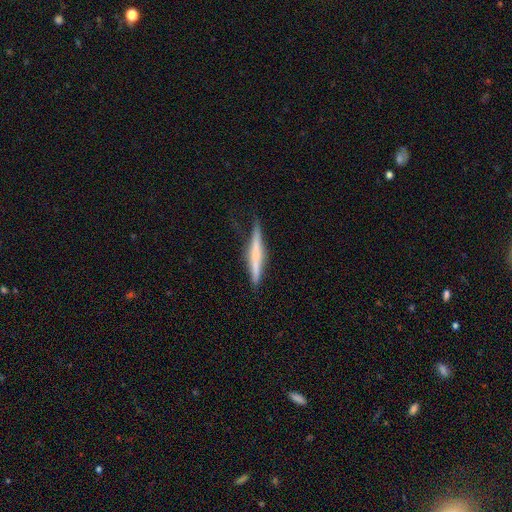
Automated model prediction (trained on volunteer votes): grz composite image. It shows a featured or disk galaxy (52%) viewed edge-on (96%) with no central bulge (52%). Merging: none (74%).